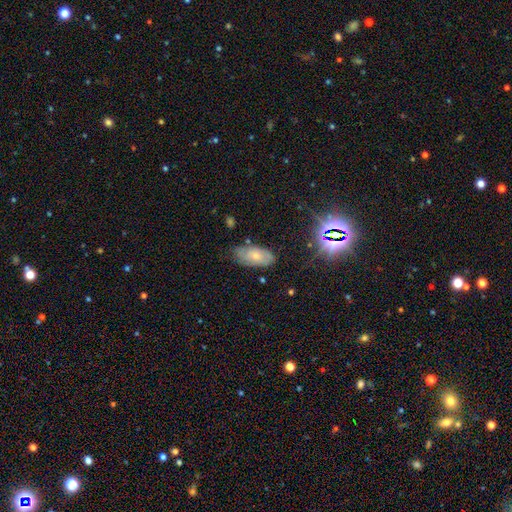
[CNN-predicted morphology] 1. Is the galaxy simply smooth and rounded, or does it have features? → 62% smooth, 26% featured or disk, 12% star or artifact.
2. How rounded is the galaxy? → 91% in between, 5% cigar-shaped, 3% round.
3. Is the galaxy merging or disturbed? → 70% none, 22% minor disturbance, 5% major disturbance, 3% merger.